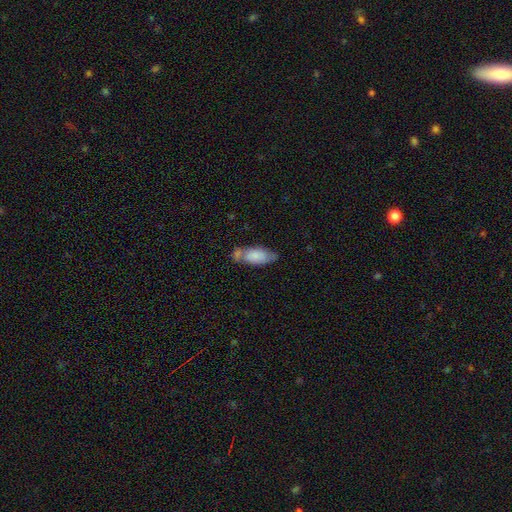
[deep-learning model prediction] Smooth or featured? smooth (73%)
How rounded? in between (84%)
Merging? none (41%)